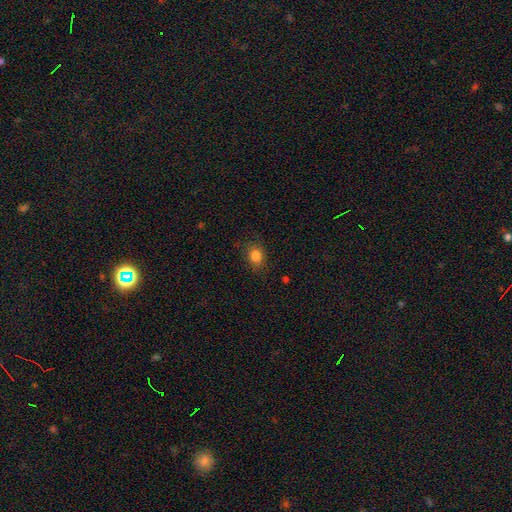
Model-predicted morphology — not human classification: Q: Smooth or featured?
A: smooth (82%); runner-up: star or artifact (12%)
Q: How rounded?
A: in between (54%); runner-up: round (45%)
Q: Merging?
A: none (82%); runner-up: minor disturbance (13%)